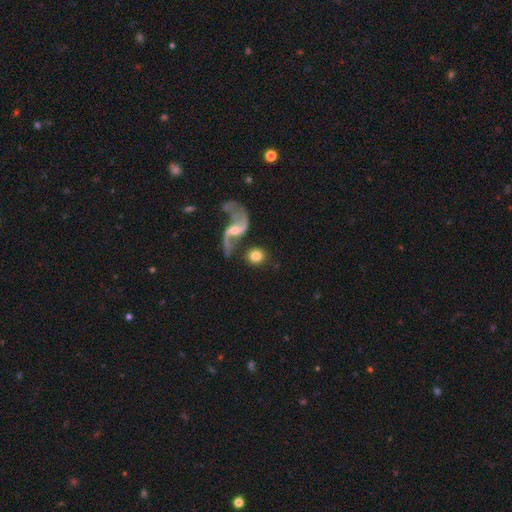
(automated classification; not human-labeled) Q: Smooth or featured?
A: smooth (67%); runner-up: featured or disk (26%)
Q: How rounded?
A: round (86%); runner-up: in between (12%)
Q: Merging?
A: none (70%); runner-up: merger (13%)